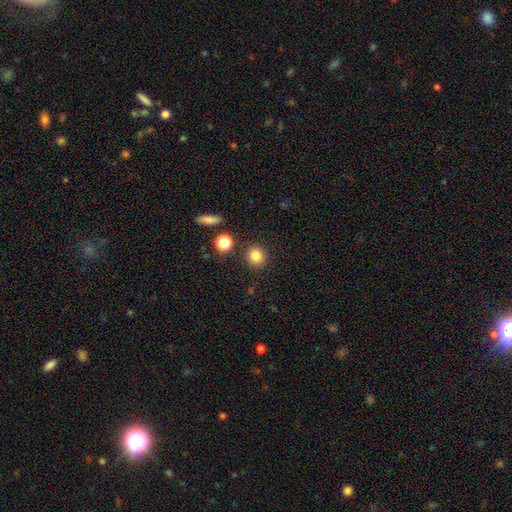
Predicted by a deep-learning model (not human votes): smooth 81%, star or artifact 13%, featured or disk 6%. Down the decision tree: how rounded — round (89%); merging — none (88%).